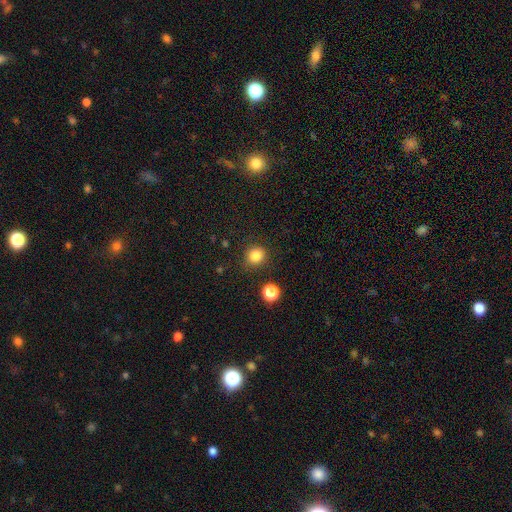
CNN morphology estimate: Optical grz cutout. It shows a smooth galaxy with no disk features (83%) that is round (89%). Merging: none (86%).